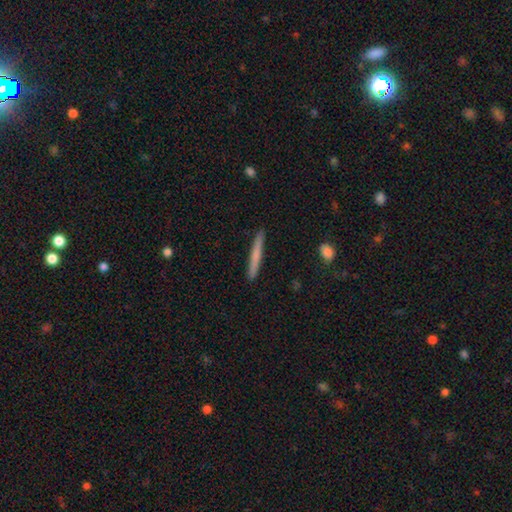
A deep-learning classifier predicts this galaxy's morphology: Q: Smooth or featured?
A: smooth (65%); runner-up: featured or disk (29%)
Q: How rounded?
A: cigar-shaped (96%); runner-up: in between (2%)
Q: Merging?
A: none (91%); runner-up: minor disturbance (6%)